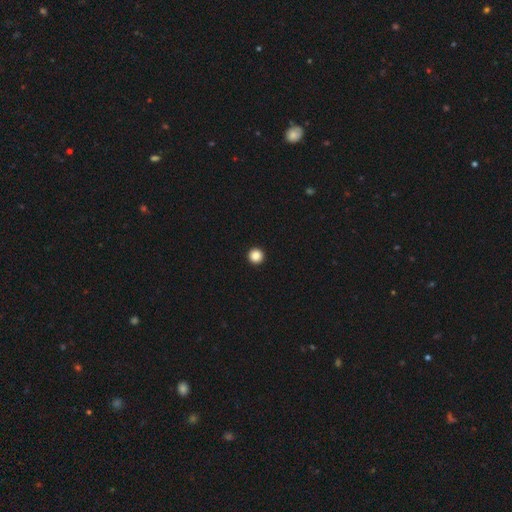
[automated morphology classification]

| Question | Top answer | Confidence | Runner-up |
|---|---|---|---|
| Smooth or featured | smooth | 87% | star or artifact (10%) |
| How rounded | round | 97% | in between (2%) |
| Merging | none | 95% | minor disturbance (3%) |